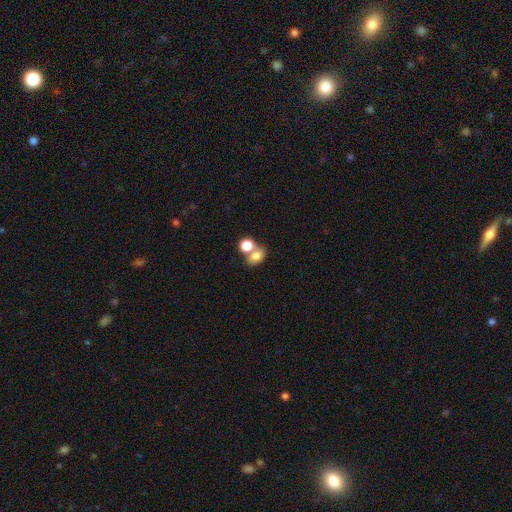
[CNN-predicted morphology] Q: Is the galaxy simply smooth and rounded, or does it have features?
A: smooth — 77%.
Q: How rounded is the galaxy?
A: in between — 62%.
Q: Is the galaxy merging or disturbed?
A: merger — 50%.